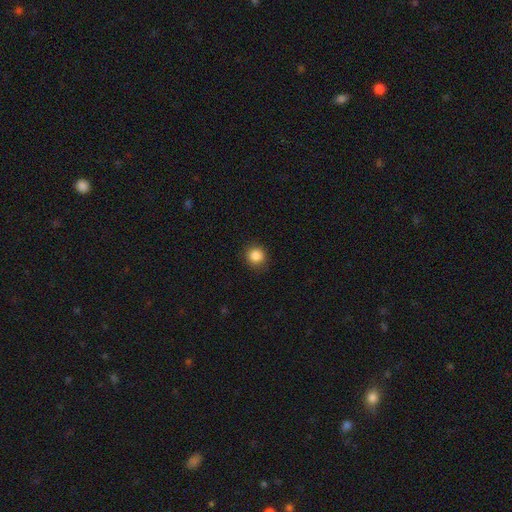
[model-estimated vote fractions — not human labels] smooth-or-featured: smooth: 87% | star or artifact: 10% | featured or disk: 3%
  how-rounded: round: 90% | in between: 9% | cigar-shaped: 1%
  merging: none: 87% | minor disturbance: 9% | major disturbance: 3% | merger: 1%